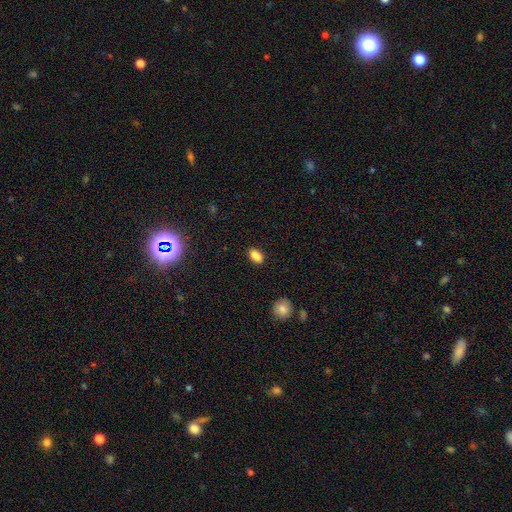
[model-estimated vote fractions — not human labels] Smooth or featured? smooth (84%)
How rounded? in between (86%)
Merging? none (80%)